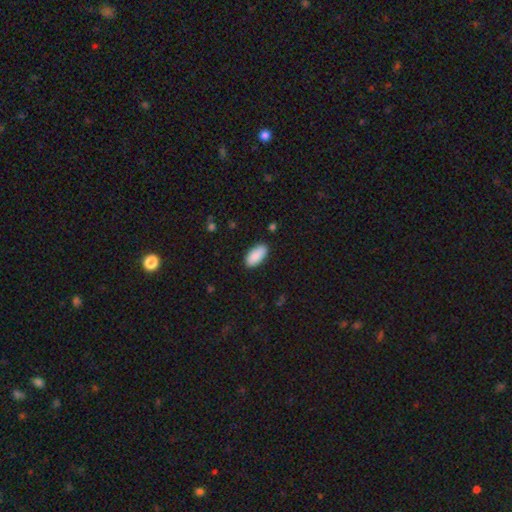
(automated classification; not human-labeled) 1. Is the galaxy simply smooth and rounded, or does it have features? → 89% smooth, 6% star or artifact, 5% featured or disk.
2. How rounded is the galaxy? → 93% in between, 5% cigar-shaped, 2% round.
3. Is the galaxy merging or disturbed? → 86% none, 11% minor disturbance, 2% major disturbance, 1% merger.